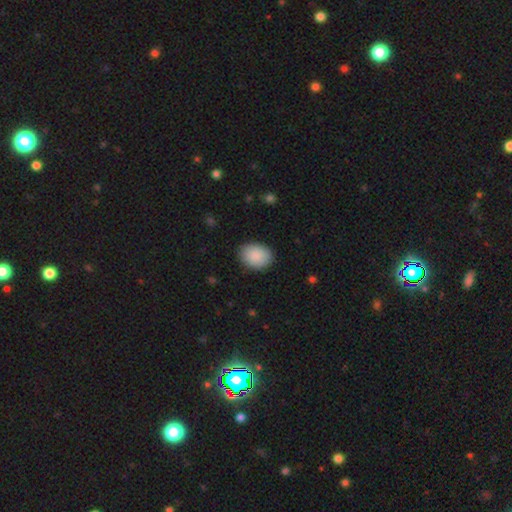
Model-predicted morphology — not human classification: The model was most divided on "how rounded": in between: 67%, round: 32%, cigar-shaped: 1%. More confident: smooth or featured — smooth (90%); merging — none (88%).